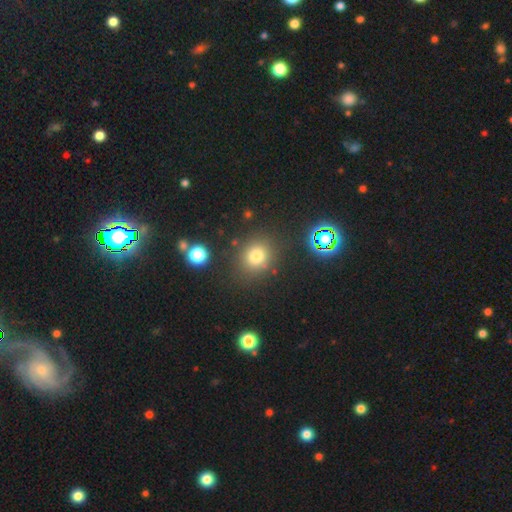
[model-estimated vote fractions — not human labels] Smooth or featured? smooth (75%)
How rounded? round (82%)
Merging? none (83%)